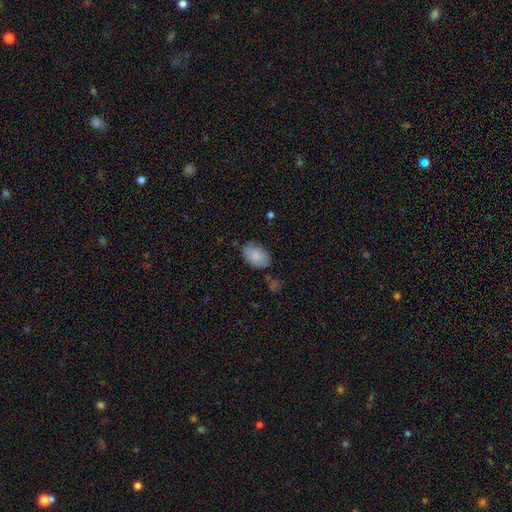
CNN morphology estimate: This appears to be a smooth galaxy with no disk features (85%) that is in between round and cigar-shaped (89%). Merging: none (72%).